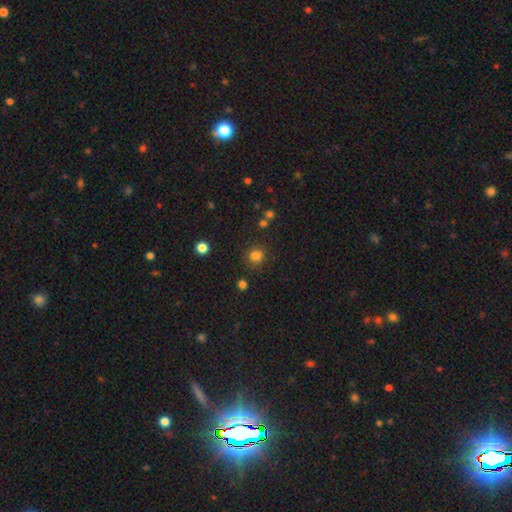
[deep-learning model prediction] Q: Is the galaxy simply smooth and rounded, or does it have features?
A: smooth — 80%.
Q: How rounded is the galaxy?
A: round — 88%.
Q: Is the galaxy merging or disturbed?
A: none — 83%.